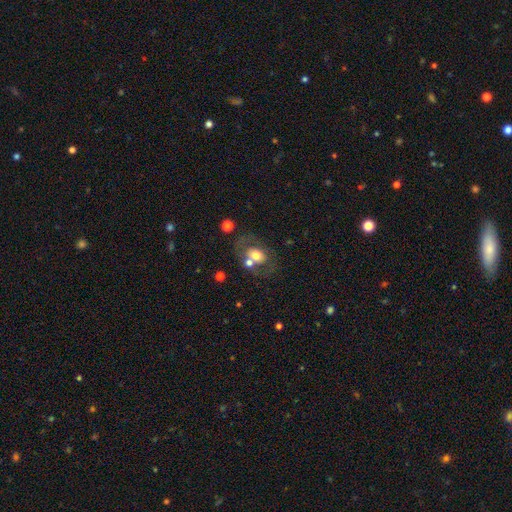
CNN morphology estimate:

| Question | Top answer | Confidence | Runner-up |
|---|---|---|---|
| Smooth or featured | smooth | 57% | featured or disk (33%) |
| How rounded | in between | 59% | round (40%) |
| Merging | none | 46% | merger (29%) |